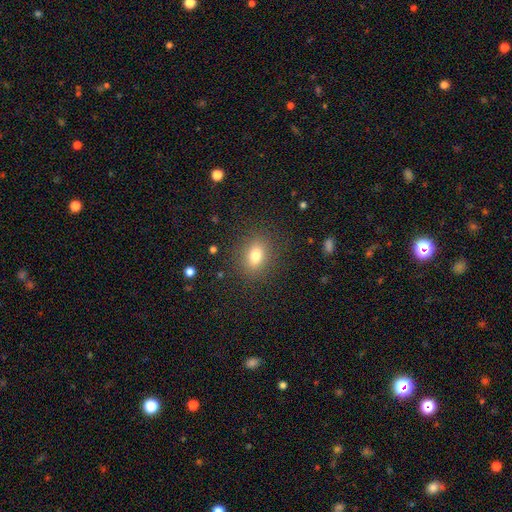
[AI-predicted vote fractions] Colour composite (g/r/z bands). It shows a smooth galaxy with no disk features (78%) that is in between round and cigar-shaped (63%). Merging: none (86%).